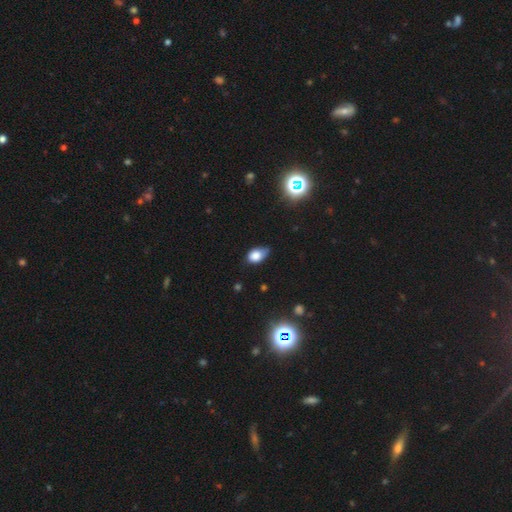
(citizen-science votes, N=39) This is likely a smooth galaxy (79%). How rounded: clearly in between (90%). Merging: possibly minor disturbance (57%).